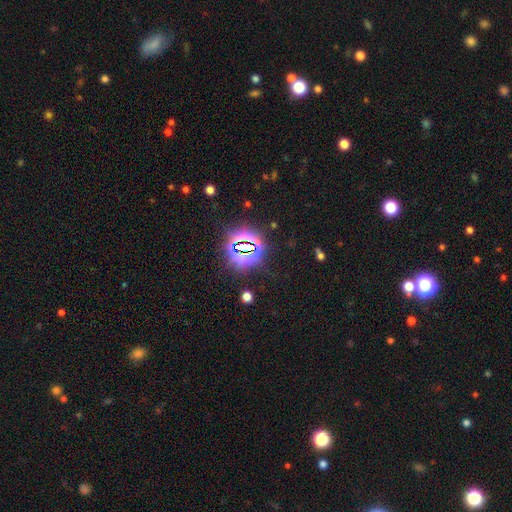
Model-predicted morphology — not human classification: Smooth or featured: star or artifact — 82% (smooth — 10%)